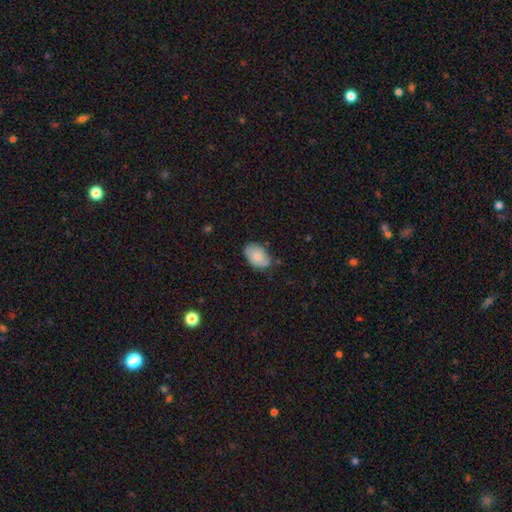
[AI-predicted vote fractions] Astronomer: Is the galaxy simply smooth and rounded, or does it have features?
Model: smooth — 74%.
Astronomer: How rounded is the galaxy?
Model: in between — 89%.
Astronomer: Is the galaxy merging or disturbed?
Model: none — 66%.